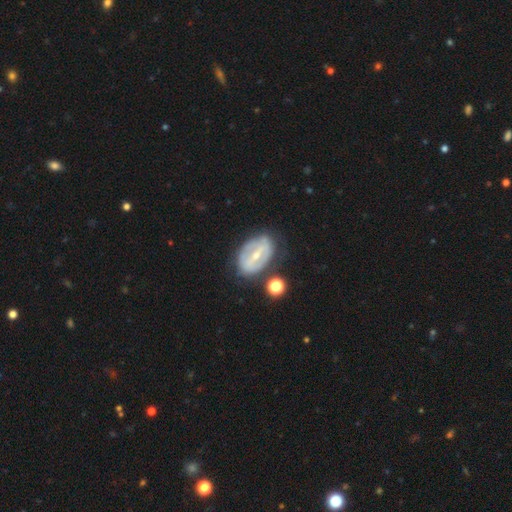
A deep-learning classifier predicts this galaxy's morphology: Overall: featured or disk (73%). Edge-on disk: no (93%). Bar: strong (59%; weak 29%). Spiral arms: no (55%; yes 45%). Bulge size: small (54%; moderate 42%). Merging: none (66%).